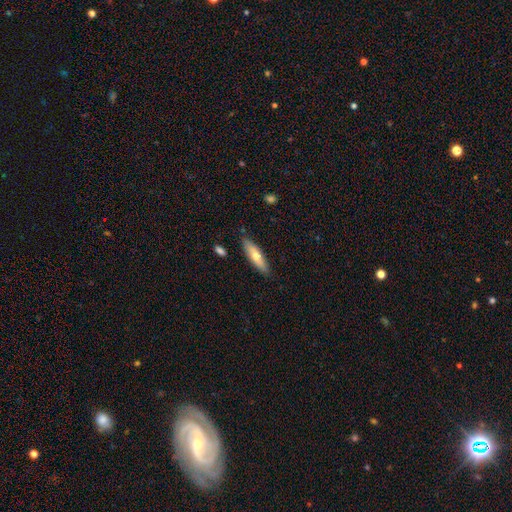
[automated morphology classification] Overall: smooth (62%; featured or disk 32%). How rounded: cigar-shaped (64%; in between 34%). Merging: none (85%).